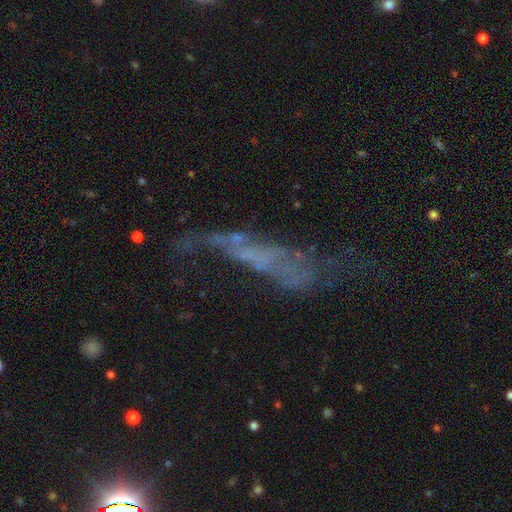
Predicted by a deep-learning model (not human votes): smooth-or-featured: featured or disk: 52% | smooth: 26% | star or artifact: 22%
  disk-edge-on: no: 72% | yes: 28%
  merging: major disturbance: 39% | none: 32% | minor disturbance: 18% | merger: 11%